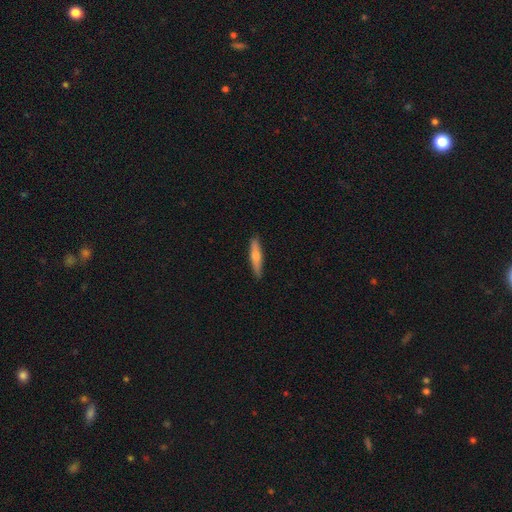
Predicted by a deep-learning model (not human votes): Smooth or featured: smooth — 54% (featured or disk — 41%)
How rounded: cigar-shaped — 84% (in between — 14%)
Merging: none — 90% (minor disturbance — 8%)